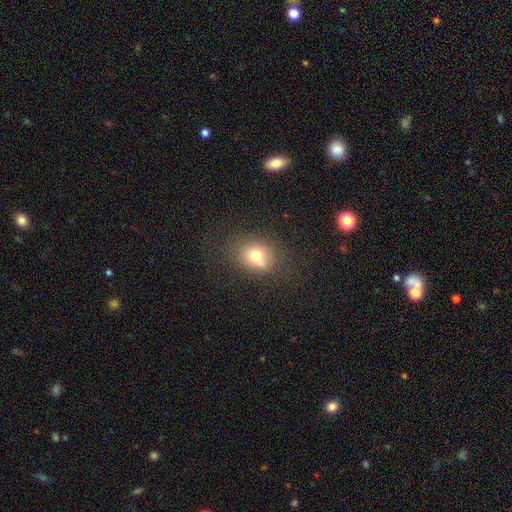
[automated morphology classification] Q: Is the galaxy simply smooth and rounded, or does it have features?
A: smooth — 70%.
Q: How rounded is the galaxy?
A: round — 56%.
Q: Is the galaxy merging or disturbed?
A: none — 66%.